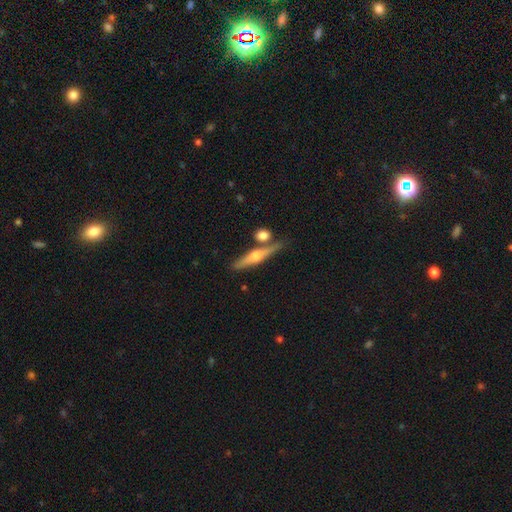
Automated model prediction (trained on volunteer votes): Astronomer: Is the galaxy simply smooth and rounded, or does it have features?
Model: featured or disk — 63%.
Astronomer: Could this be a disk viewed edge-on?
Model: yes — 96%.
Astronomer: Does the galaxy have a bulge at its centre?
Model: rounded — 89%.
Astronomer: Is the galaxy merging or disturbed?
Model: none — 72%.